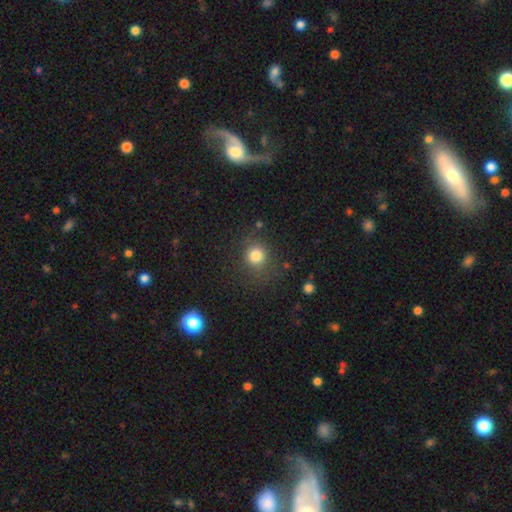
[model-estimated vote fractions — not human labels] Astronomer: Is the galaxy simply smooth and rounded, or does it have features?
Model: smooth — 82%.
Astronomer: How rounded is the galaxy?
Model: round — 87%.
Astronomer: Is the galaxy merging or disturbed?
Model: none — 76%.